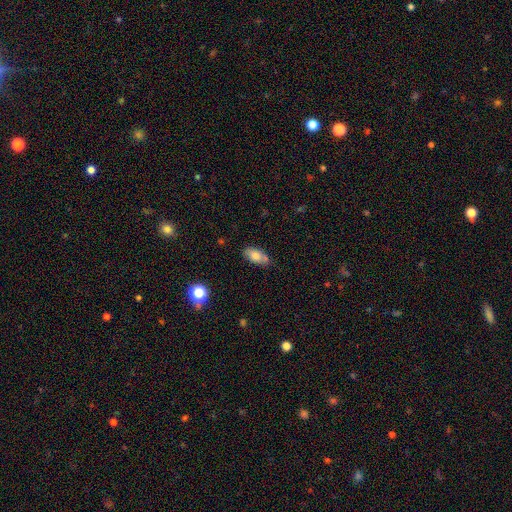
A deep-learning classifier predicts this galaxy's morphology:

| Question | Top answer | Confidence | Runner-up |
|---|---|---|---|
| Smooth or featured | smooth | 76% | featured or disk (16%) |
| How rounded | in between | 89% | cigar-shaped (6%) |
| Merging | none | 71% | minor disturbance (19%) |